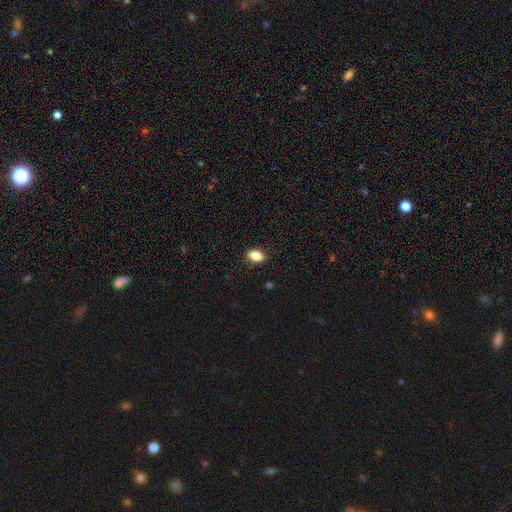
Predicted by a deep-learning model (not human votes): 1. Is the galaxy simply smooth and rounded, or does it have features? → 83% smooth, 8% star or artifact, 8% featured or disk.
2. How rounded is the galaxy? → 86% in between, 11% round, 4% cigar-shaped.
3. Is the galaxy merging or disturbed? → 86% none, 10% minor disturbance, 2% major disturbance, 1% merger.